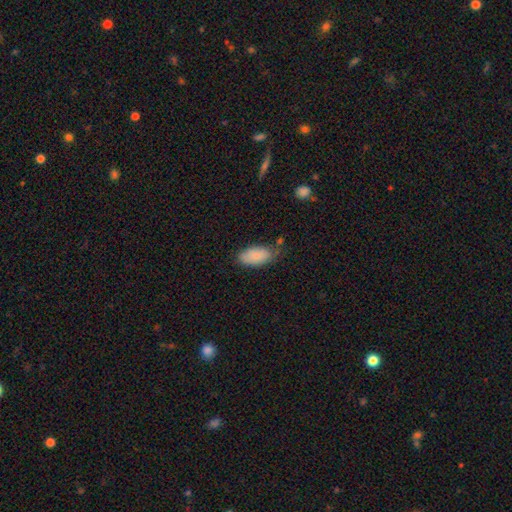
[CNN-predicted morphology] Smooth or featured: smooth — 82% (featured or disk — 11%)
How rounded: in between — 93% (cigar-shaped — 4%)
Merging: none — 62% (minor disturbance — 27%)